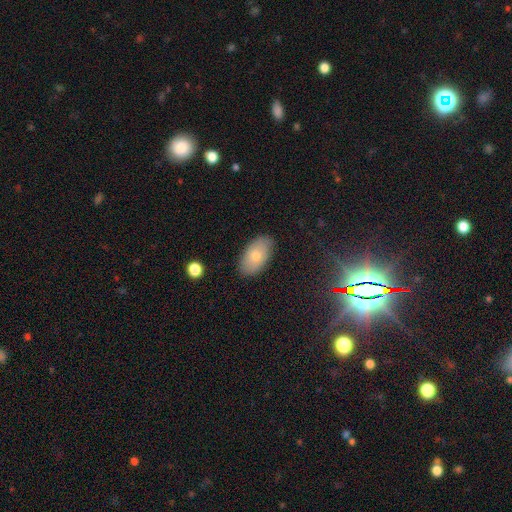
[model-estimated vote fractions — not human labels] smooth_or_featured: smooth (p=0.73) [alt: featured or disk p=0.19]
how_rounded: in between (p=0.94) [alt: round p=0.04]
merging: none (p=0.85) [alt: minor disturbance p=0.11]